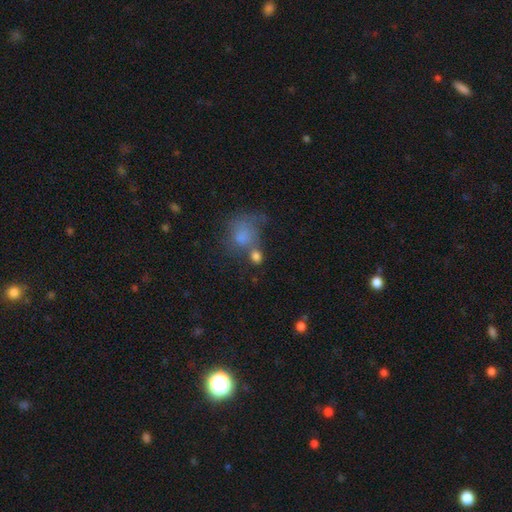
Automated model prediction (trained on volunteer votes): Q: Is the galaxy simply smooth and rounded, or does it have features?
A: smooth — 74%.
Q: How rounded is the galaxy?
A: round — 65%.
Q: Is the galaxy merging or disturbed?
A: none — 42%.